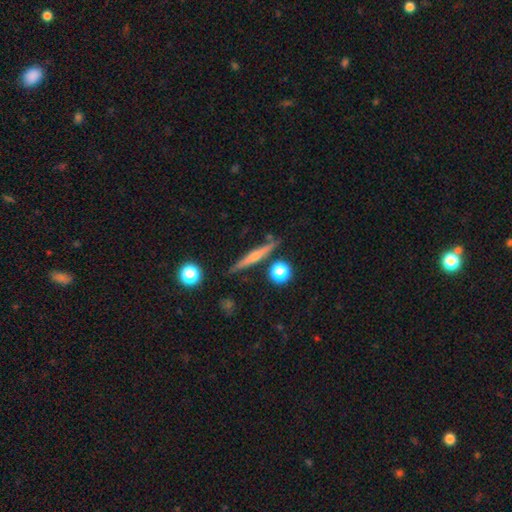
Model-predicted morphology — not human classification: Smooth or featured? featured or disk (55%)
Edge-on disk? yes (96%)
Edge-on bulge? rounded (54%)
Merging? none (85%)